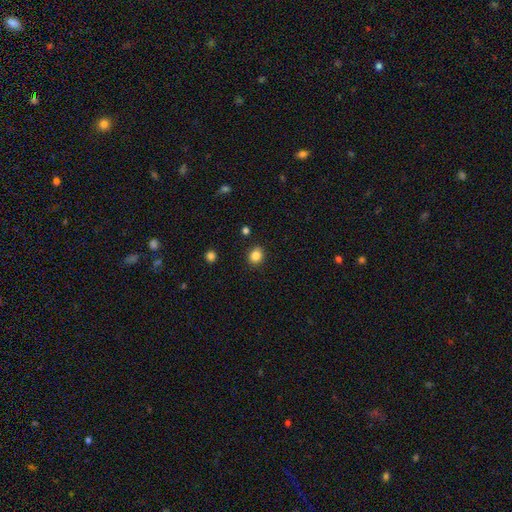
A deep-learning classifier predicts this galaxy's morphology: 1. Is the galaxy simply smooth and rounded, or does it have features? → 84% smooth, 11% star or artifact, 5% featured or disk.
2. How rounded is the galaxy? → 70% round, 29% in between, 1% cigar-shaped.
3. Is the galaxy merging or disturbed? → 89% none, 7% minor disturbance, 2% major disturbance, 2% merger.